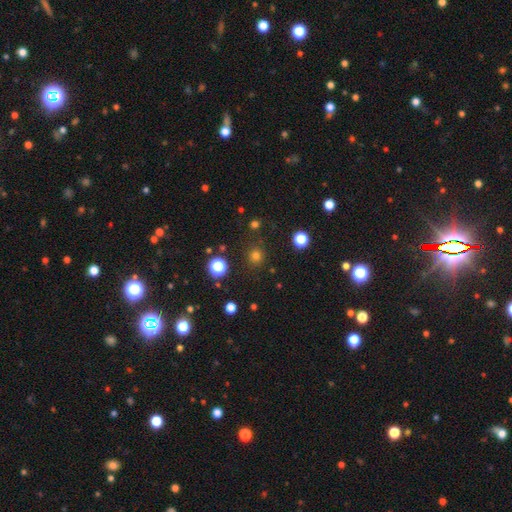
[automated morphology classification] Q: Smooth or featured?
A: smooth (74%); runner-up: star or artifact (21%)
Q: How rounded?
A: round (92%); runner-up: in between (7%)
Q: Merging?
A: none (88%); runner-up: minor disturbance (7%)